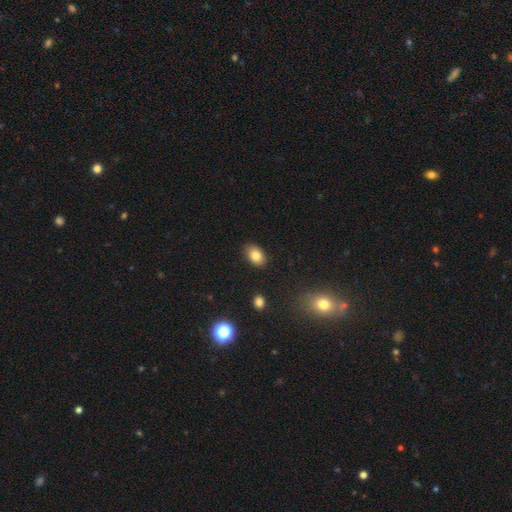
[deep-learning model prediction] Morphology: type=smooth (83%); roundness=in between (87%); merging=none (86%).